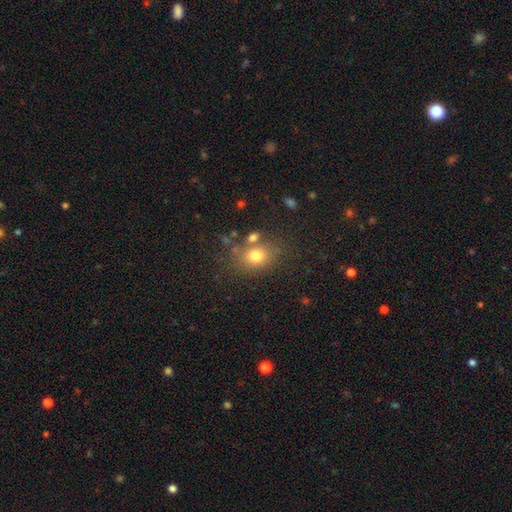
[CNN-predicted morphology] Smooth or featured? smooth (75%)
How rounded? round (54%)
Merging? none (68%)